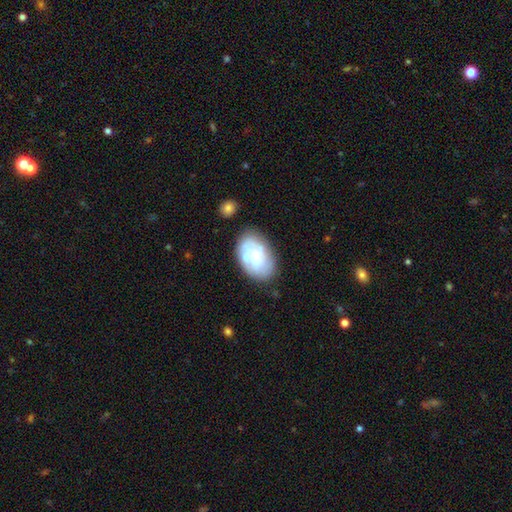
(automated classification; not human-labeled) Smooth or featured: featured or disk — 57% (smooth — 36%)
Edge-on disk: no — 96% (yes — 4%)
Bar: no — 71% (weak — 25%)
Spiral arms: yes — 66% (no — 34%)
Bulge size: small — 58% (moderate — 32%)
Merging: none — 67% (minor disturbance — 20%)